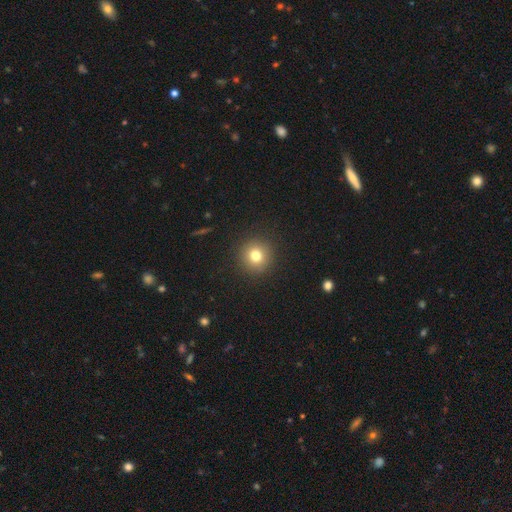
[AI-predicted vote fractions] The model was most divided on "smooth or featured": smooth: 77%, star or artifact: 13%, featured or disk: 9%. More confident: how rounded — round (95%); merging — none (92%).